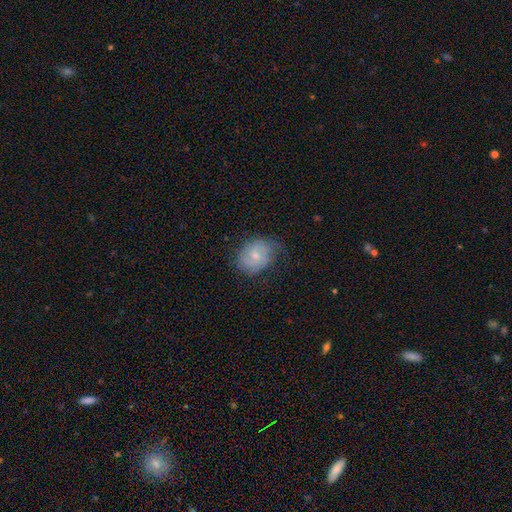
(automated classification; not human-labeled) Smooth or featured? Predicted: smooth (p=0.49). Merging? Predicted: none (p=0.56).